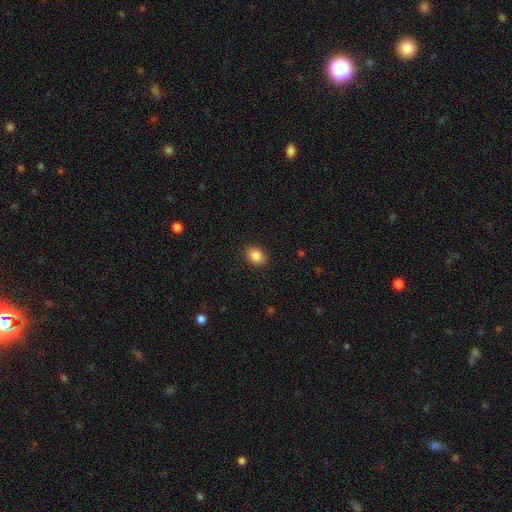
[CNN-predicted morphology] smooth-or-featured: smooth: 87% | star or artifact: 9% | featured or disk: 5%
  how-rounded: in between: 68% | round: 31% | cigar-shaped: 1%
  merging: none: 88% | minor disturbance: 9% | major disturbance: 2% | merger: 1%